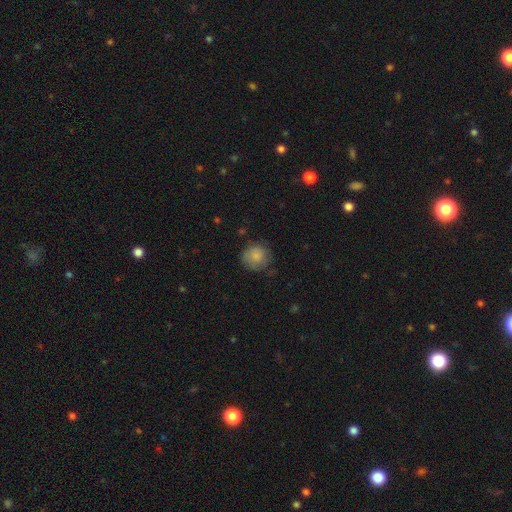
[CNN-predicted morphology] smooth-or-featured: smooth: 82% | featured or disk: 10% | star or artifact: 8%
  how-rounded: round: 88% | in between: 11% | cigar-shaped: 1%
  merging: none: 69% | minor disturbance: 23% | major disturbance: 7% | merger: 1%